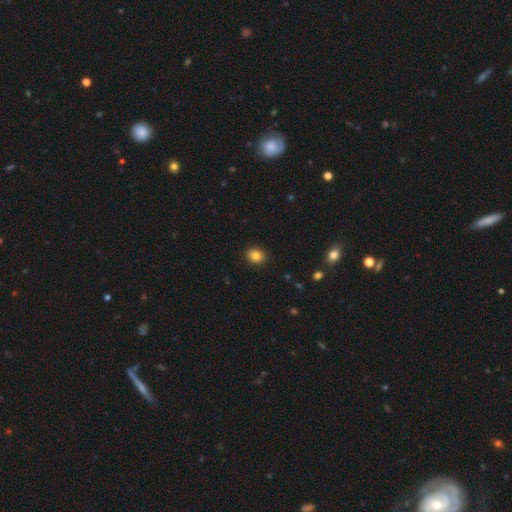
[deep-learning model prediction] Overall: smooth (84%). How rounded: round (63%; in between 36%). Merging: none (91%).